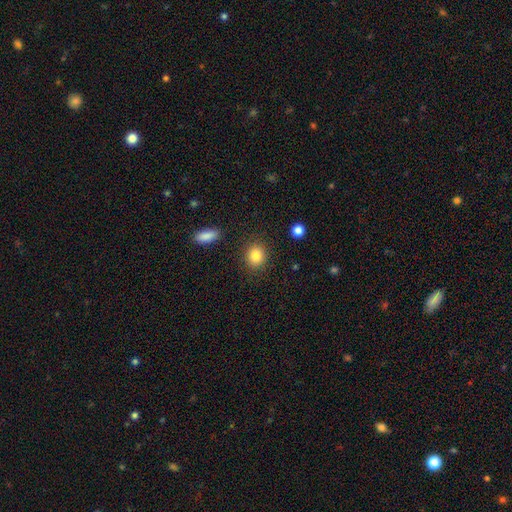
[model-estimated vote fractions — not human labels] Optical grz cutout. It shows a smooth galaxy with no disk features (85%) that is round (74%). Merging: none (88%).